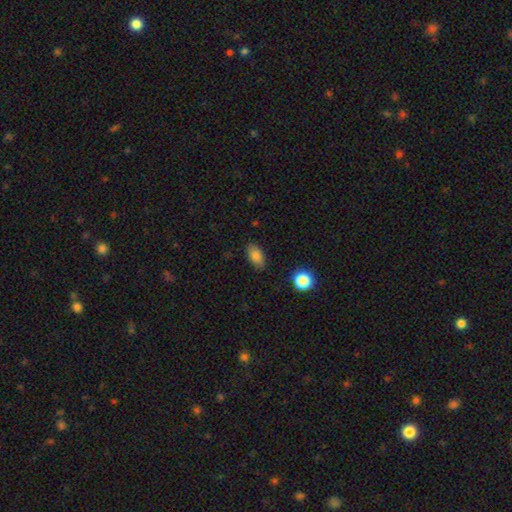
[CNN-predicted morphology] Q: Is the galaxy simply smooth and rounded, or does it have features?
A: smooth — 82%.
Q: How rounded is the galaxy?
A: in between — 89%.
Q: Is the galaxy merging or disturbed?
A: none — 83%.